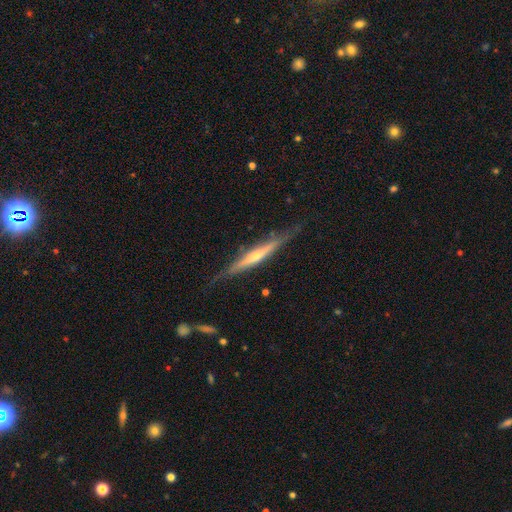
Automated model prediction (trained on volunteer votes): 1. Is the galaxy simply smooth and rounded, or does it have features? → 75% featured or disk, 19% smooth, 6% star or artifact.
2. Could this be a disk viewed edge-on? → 96% yes, 4% no.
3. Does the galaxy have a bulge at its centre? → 70% rounded, 23% none, 8% boxy.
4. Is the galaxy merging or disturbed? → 80% none, 15% minor disturbance, 3% major disturbance, 2% merger.